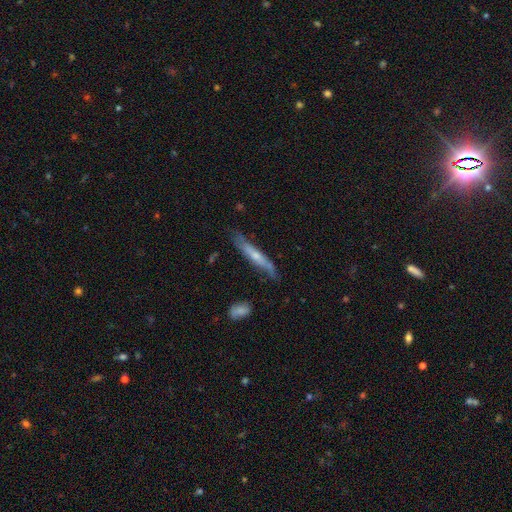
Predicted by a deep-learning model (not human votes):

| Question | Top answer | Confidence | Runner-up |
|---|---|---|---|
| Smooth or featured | featured or disk | 52% | smooth (42%) |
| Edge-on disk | yes | 75% | no (25%) |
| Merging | none | 67% | minor disturbance (24%) |